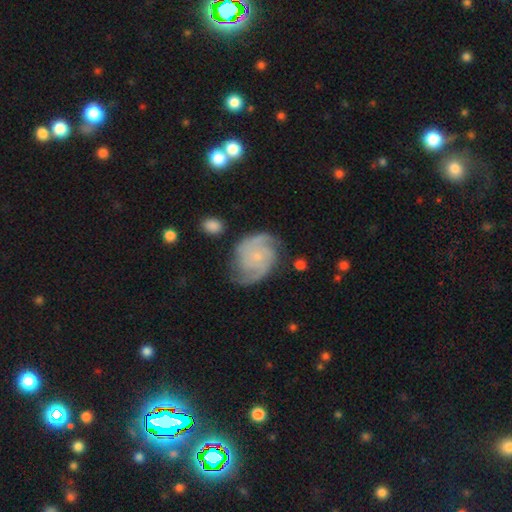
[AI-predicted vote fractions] Smooth or featured? Predicted: featured or disk (p=0.87). Edge-on disk? Predicted: no (p=0.98). Bar? Predicted: no (p=0.73). Spiral arms? Predicted: yes (p=0.97). Spiral winding? Predicted: medium (p=0.47). Spiral arm count? Predicted: 2 (p=0.69). Bulge size? Predicted: small (p=0.79). Merging? Predicted: none (p=0.71).